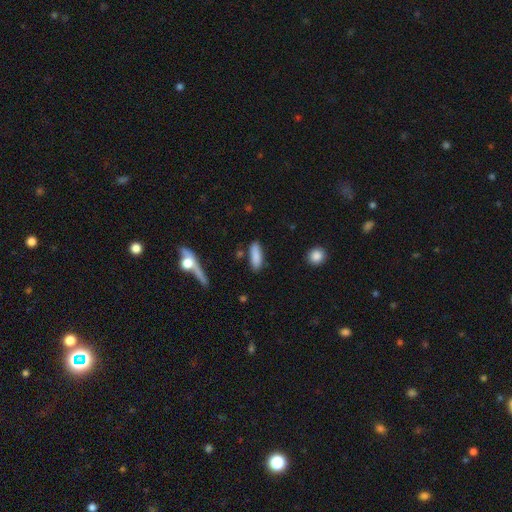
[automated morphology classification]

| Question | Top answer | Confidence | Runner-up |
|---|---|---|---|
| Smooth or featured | smooth | 86% | featured or disk (8%) |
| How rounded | in between | 53% | cigar-shaped (45%) |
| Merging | none | 82% | minor disturbance (12%) |